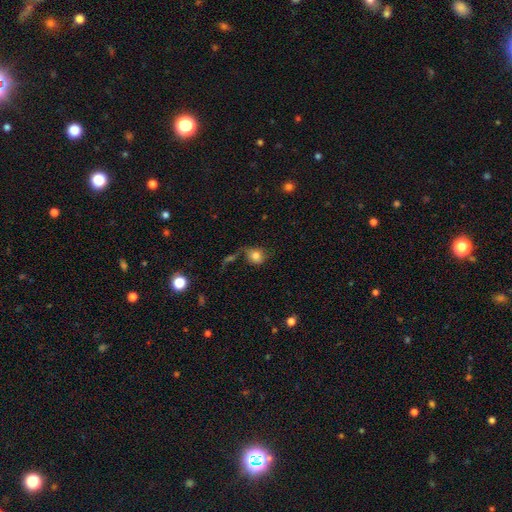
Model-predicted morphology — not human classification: This appears to be a smooth galaxy with no disk features (79%) that is round (65%). Merging: none (49%).